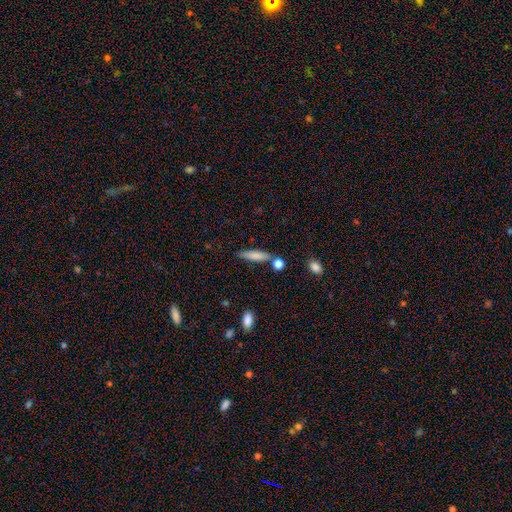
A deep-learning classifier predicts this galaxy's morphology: smooth-or-featured: smooth: 78% | featured or disk: 15% | star or artifact: 7%
  how-rounded: cigar-shaped: 77% | in between: 20% | round: 2%
  merging: none: 72% | minor disturbance: 14% | merger: 11% | major disturbance: 3%